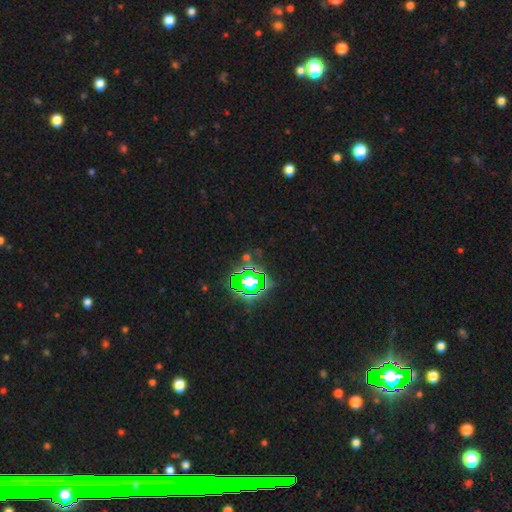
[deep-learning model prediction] Smooth or featured: star or artifact — 79% (smooth — 13%)